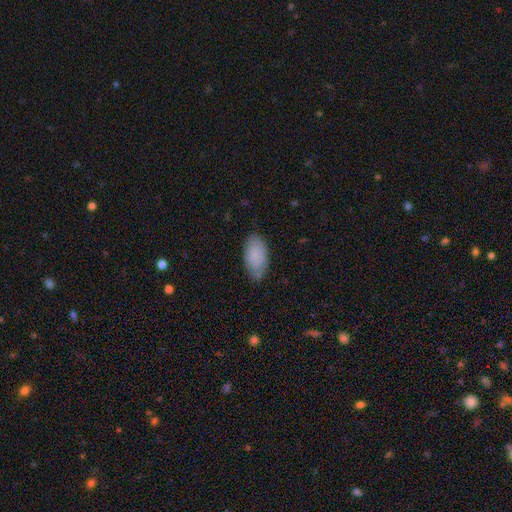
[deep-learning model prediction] A smooth galaxy with no disk features (86%) that is in between round and cigar-shaped (94%). Merging: none (77%).